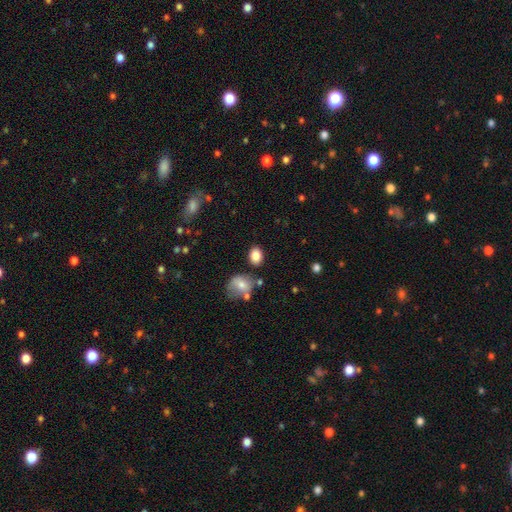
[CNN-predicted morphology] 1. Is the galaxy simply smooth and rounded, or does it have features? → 85% smooth, 9% star or artifact, 6% featured or disk.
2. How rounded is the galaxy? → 72% in between, 27% round, 1% cigar-shaped.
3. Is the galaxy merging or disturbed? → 79% none, 12% minor disturbance, 6% merger, 3% major disturbance.